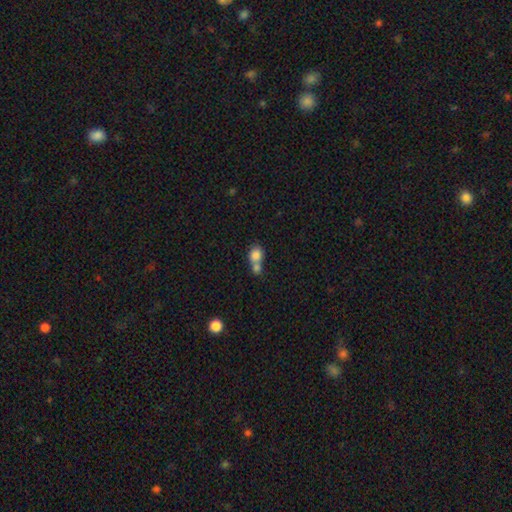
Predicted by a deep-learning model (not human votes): smooth_or_featured: smooth (p=0.81) [alt: featured or disk p=0.10]
how_rounded: round (p=0.61) [alt: in between p=0.37]
merging: merger (p=0.64) [alt: none p=0.25]